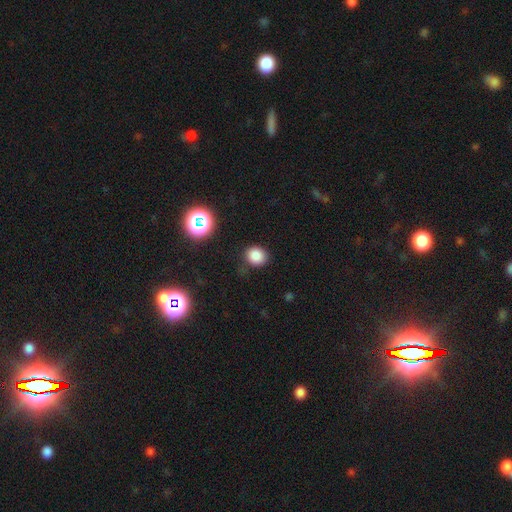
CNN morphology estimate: Smooth or featured? smooth (81%)
How rounded? round (77%)
Merging? none (79%)